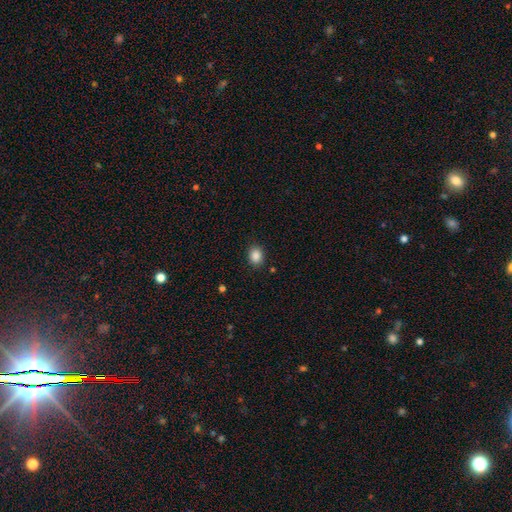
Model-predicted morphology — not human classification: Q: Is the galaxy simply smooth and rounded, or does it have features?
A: smooth — 87%.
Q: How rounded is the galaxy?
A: round — 52%.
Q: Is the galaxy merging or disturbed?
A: none — 87%.